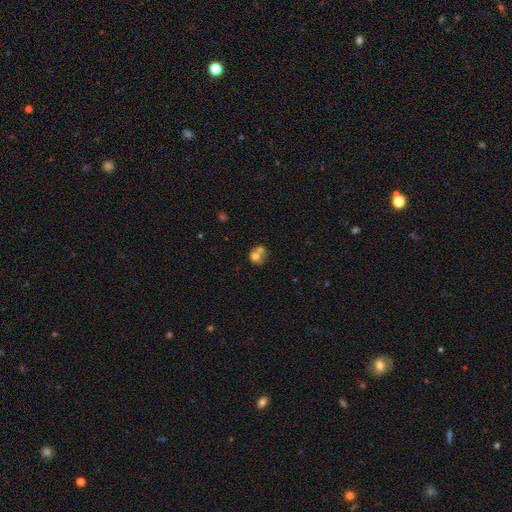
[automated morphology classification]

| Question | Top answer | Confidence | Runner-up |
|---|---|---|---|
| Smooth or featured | smooth | 68% | featured or disk (21%) |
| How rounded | round | 68% | in between (31%) |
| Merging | merger | 58% | none (27%) |